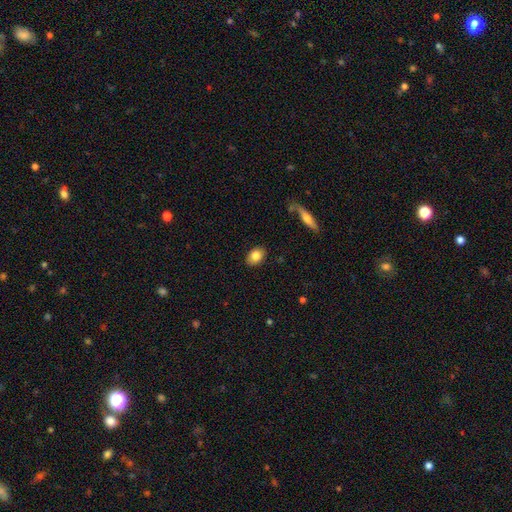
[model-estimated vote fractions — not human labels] This is clearly a smooth galaxy (83%). How rounded: likely in between (78%). Merging: clearly none (88%).